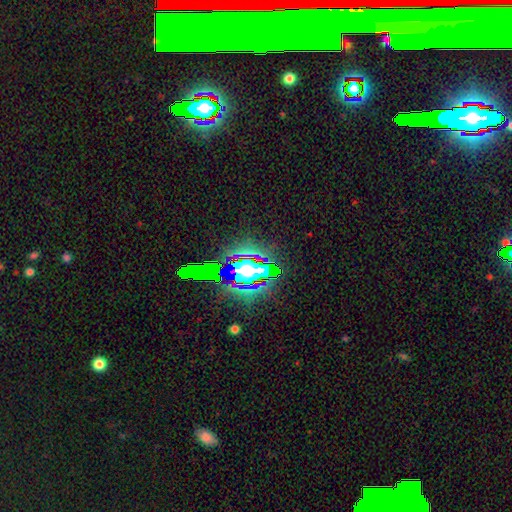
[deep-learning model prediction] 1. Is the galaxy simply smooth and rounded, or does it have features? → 76% star or artifact, 13% featured or disk, 11% smooth.